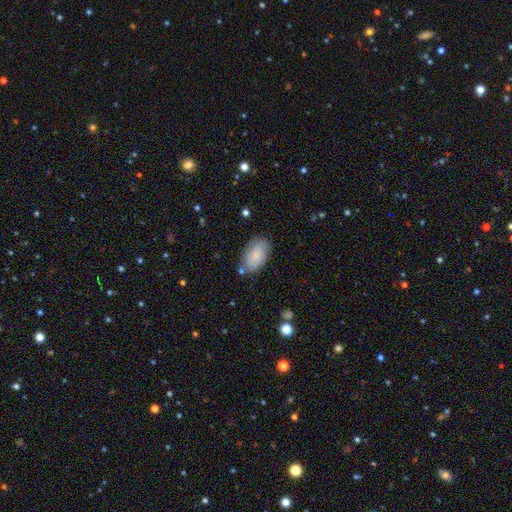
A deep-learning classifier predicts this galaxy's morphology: Smooth or featured?
  - smooth: 80% *
  - featured or disk: 14%
  - star or artifact: 7%
How rounded?
  - in between: 94% *
  - round: 5%
  - cigar-shaped: 2%
Merging?
  - none: 75% *
  - minor disturbance: 17%
  - major disturbance: 4%
  - merger: 4%